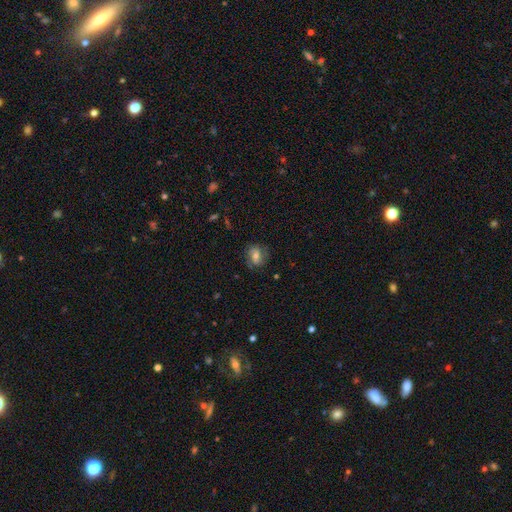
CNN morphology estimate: type=smooth (52%); roundness=in between (52%); merging=none (73%).